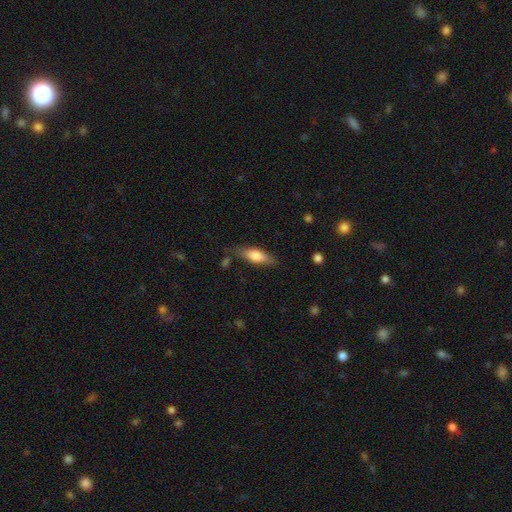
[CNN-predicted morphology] Smooth or featured? Predicted: smooth (p=0.72). How rounded? Predicted: in between (p=0.63). Merging? Predicted: none (p=0.74).